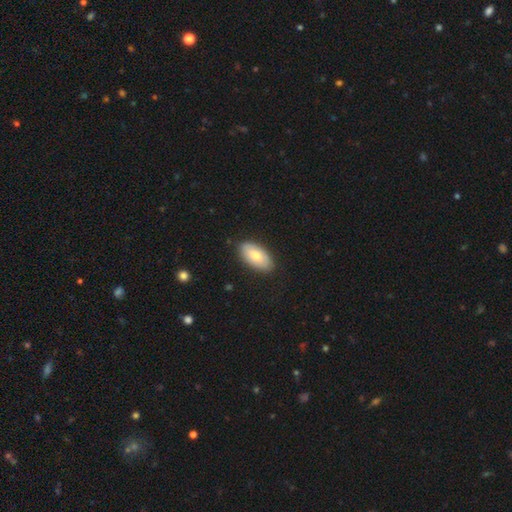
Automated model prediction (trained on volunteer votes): Smooth or featured? smooth (72%)
How rounded? in between (94%)
Merging? none (85%)